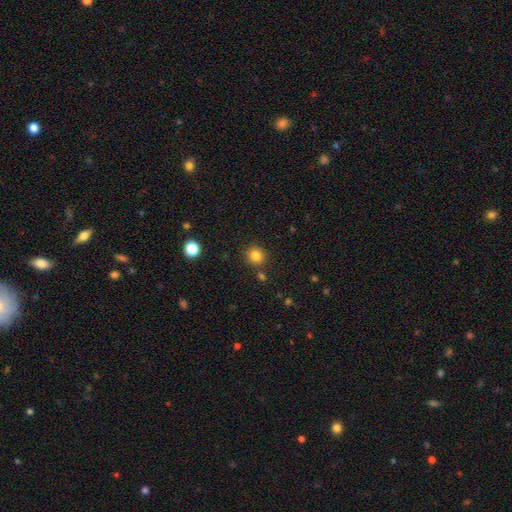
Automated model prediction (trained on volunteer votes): Smooth or featured? smooth (83%)
How rounded? round (90%)
Merging? none (85%)